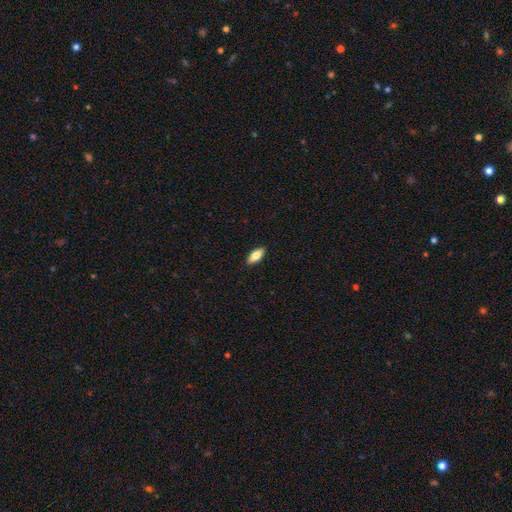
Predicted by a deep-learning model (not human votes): The model was most divided on "smooth or featured": smooth: 79%, featured or disk: 15%, star or artifact: 6%. More confident: merging — none (90%); how rounded — in between (84%).